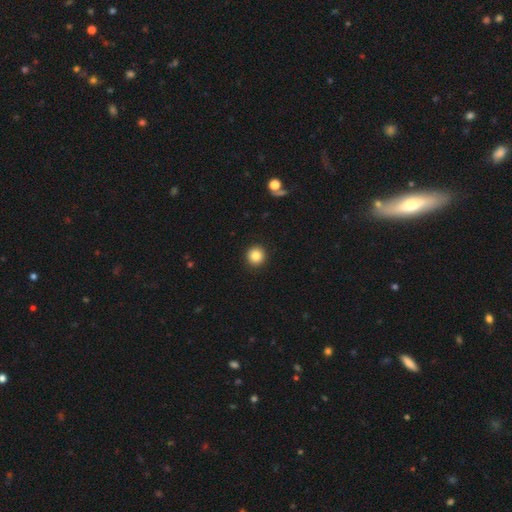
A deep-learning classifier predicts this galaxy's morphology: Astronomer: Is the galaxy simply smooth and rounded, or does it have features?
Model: smooth — 85%.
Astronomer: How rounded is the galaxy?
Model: round — 93%.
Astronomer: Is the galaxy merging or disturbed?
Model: none — 93%.